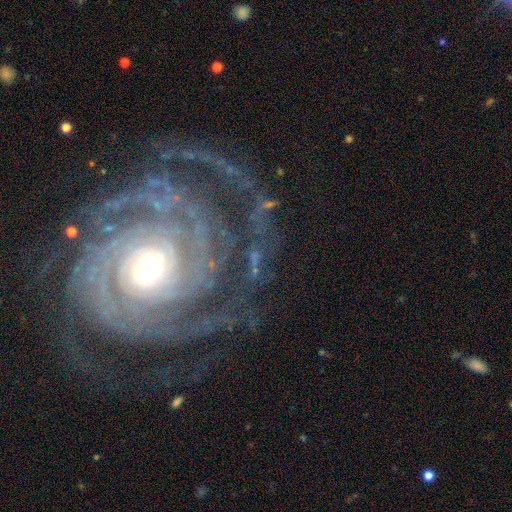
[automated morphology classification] Overall: featured or disk (84%). Edge-on disk: no (95%). Bar: no (61%; weak 23%). Spiral arms: yes (93%). Spiral arm count: can't tell (30%; 2 18%). Spiral winding: tight (63%; medium 26%). Bulge size: moderate (49%; small 38%). Merging: none (61%).